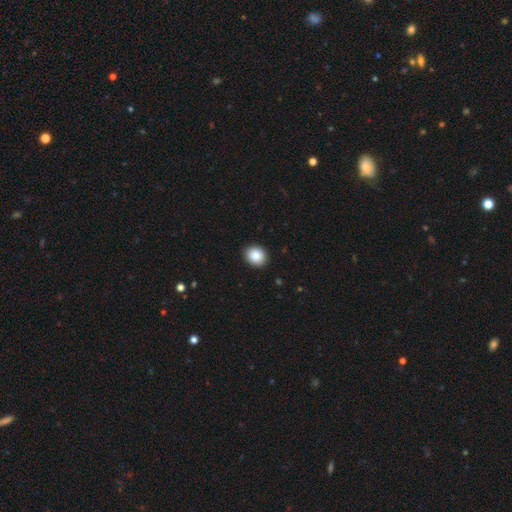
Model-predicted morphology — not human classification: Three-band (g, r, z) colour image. It shows a smooth galaxy with no disk features (86%) that is round (69%). Merging: none (92%).